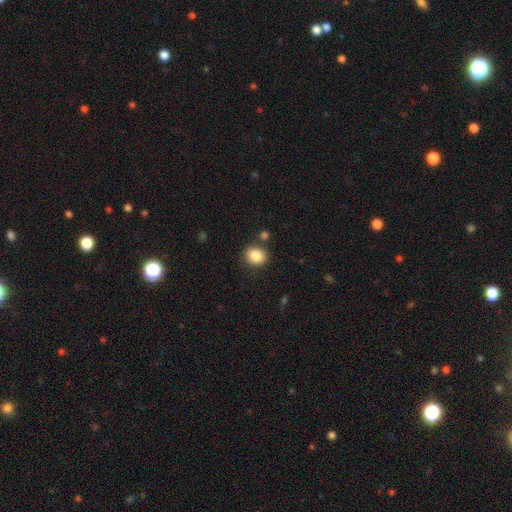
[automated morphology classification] Overall: smooth (86%). How rounded: round (68%; in between 31%). Merging: none (80%).